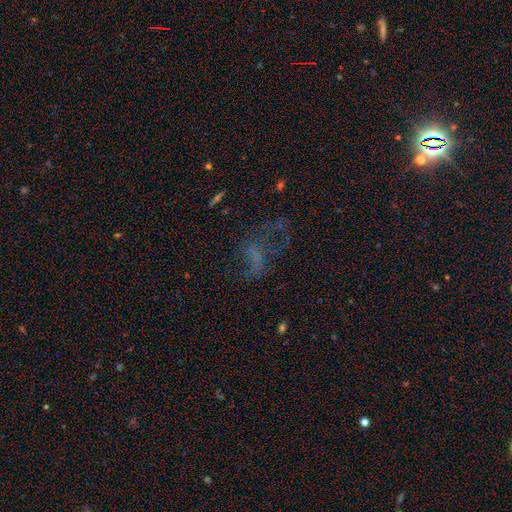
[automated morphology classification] Q: Smooth or featured?
A: featured or disk (39%); runner-up: star or artifact (33%)
Q: Merging?
A: major disturbance (43%); runner-up: none (37%)